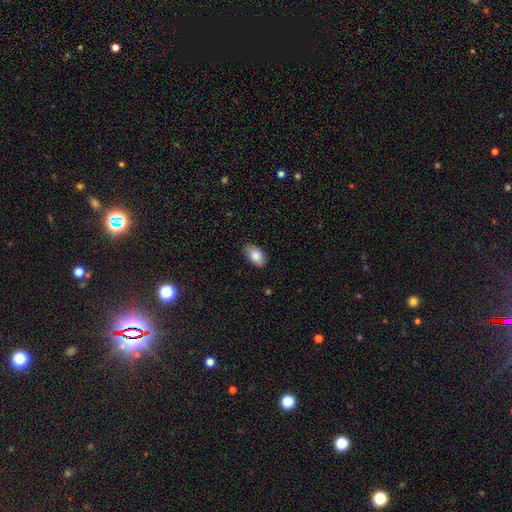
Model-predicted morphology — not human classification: Smooth or featured? Predicted: smooth (p=0.86). How rounded? Predicted: in between (p=0.93). Merging? Predicted: none (p=0.84).